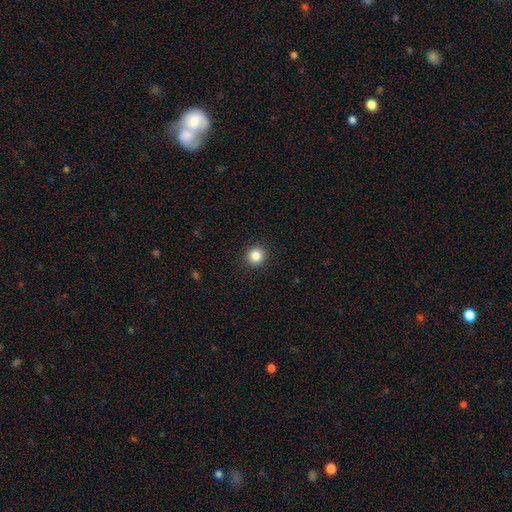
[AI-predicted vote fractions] This is clearly a smooth galaxy (84%). How rounded: clearly round (92%). Merging: clearly none (92%).